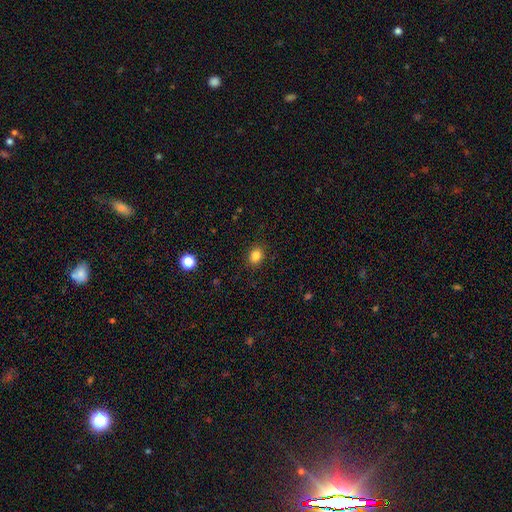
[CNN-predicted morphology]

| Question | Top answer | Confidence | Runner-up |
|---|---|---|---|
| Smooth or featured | smooth | 83% | star or artifact (11%) |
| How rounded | in between | 54% | round (46%) |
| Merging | none | 88% | minor disturbance (8%) |